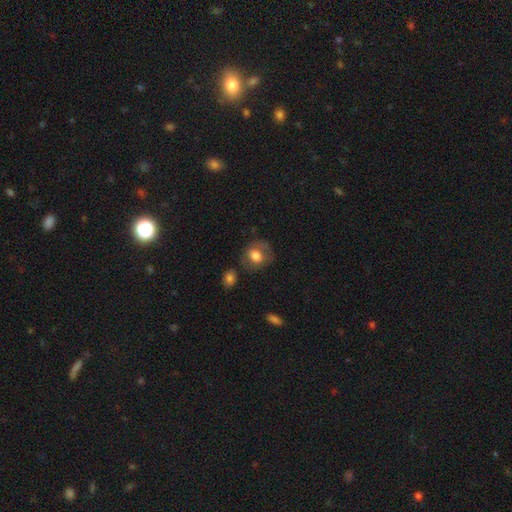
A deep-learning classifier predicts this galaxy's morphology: A smooth galaxy with no disk features (68%) that is round (64%). Merging: none (67%).